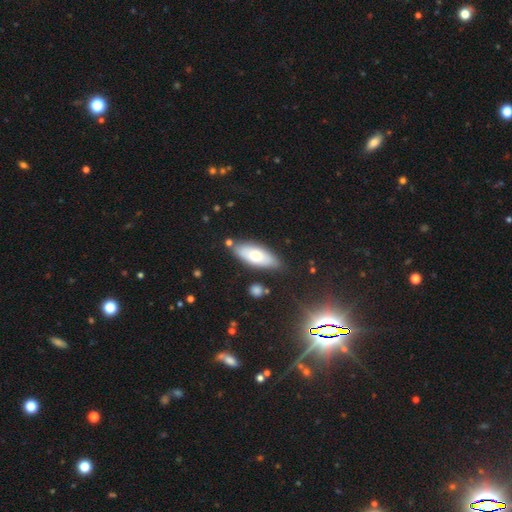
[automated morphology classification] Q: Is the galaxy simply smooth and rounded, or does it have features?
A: smooth — 64%.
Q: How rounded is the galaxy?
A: in between — 78%.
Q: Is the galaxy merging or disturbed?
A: none — 79%.